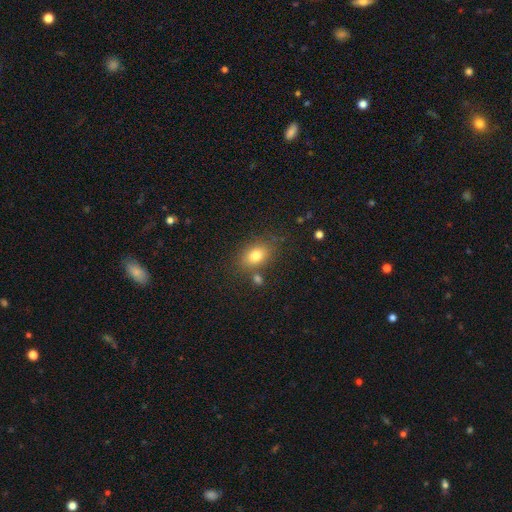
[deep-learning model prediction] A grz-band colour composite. It shows a smooth galaxy with no disk features (79%) that is in between round and cigar-shaped (78%). Merging: none (74%).